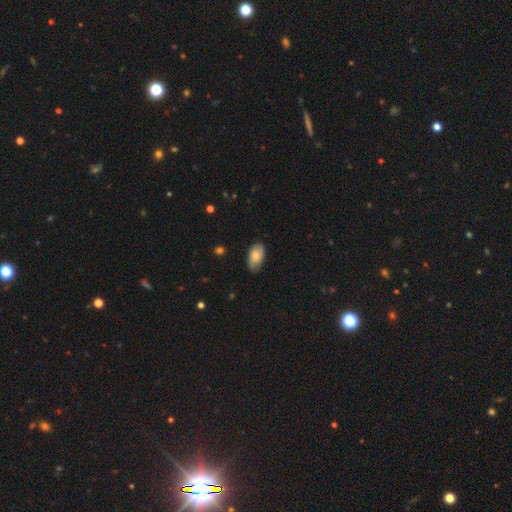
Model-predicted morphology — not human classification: smooth-or-featured: smooth: 74% | featured or disk: 20% | star or artifact: 7%
  how-rounded: in between: 94% | round: 4% | cigar-shaped: 2%
  merging: none: 73% | minor disturbance: 23% | major disturbance: 4% | merger: 1%